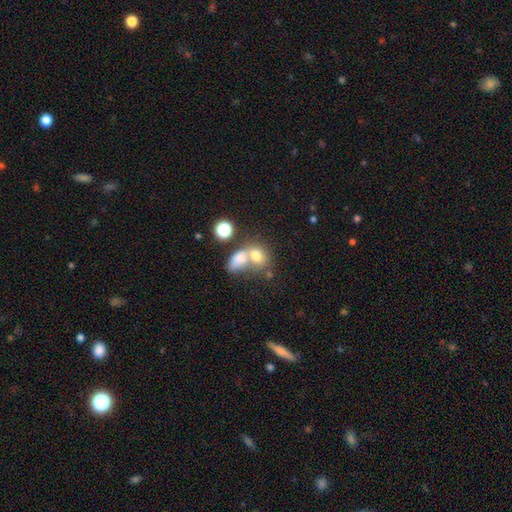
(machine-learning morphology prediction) smooth_or_featured: smooth (p=0.74) [alt: featured or disk p=0.14]
how_rounded: in between (p=0.59) [alt: round p=0.39]
merging: merger (p=0.55) [alt: none p=0.30]